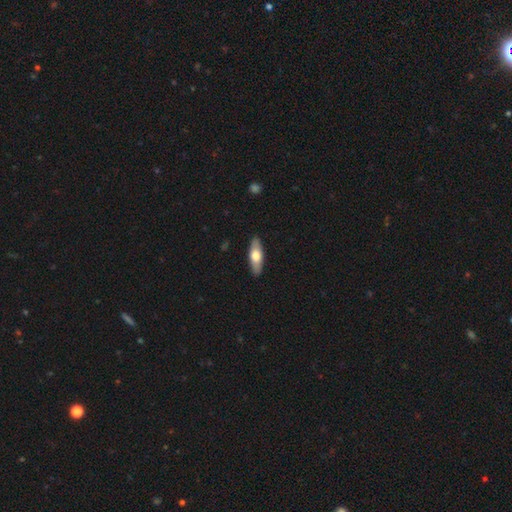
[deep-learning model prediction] smooth-or-featured: smooth: 61% | featured or disk: 34% | star or artifact: 5%
  how-rounded: in between: 62% | cigar-shaped: 35% | round: 2%
  merging: none: 89% | minor disturbance: 8% | major disturbance: 2% | merger: 1%